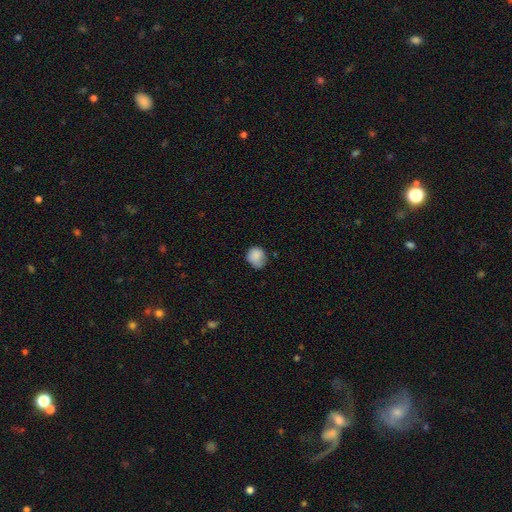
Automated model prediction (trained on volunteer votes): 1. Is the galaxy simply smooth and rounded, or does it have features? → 85% smooth, 9% star or artifact, 7% featured or disk.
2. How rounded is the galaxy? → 70% round, 29% in between, 1% cigar-shaped.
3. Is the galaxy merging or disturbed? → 57% none, 33% minor disturbance, 8% major disturbance, 2% merger.